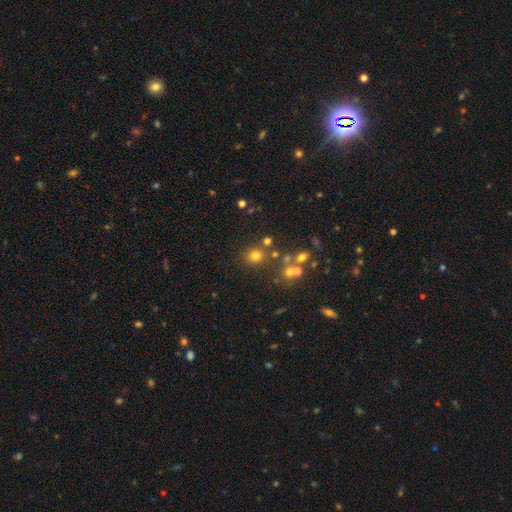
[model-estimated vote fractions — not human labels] Overall: smooth (69%). How rounded: round (87%). Merging: none (74%).